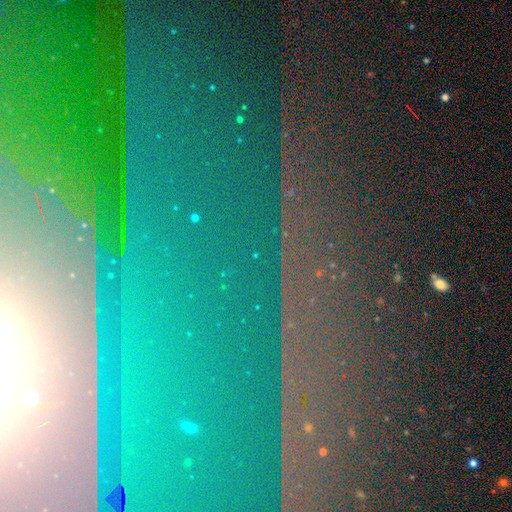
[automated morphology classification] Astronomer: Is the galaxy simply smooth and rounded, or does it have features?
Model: star or artifact — 87%.